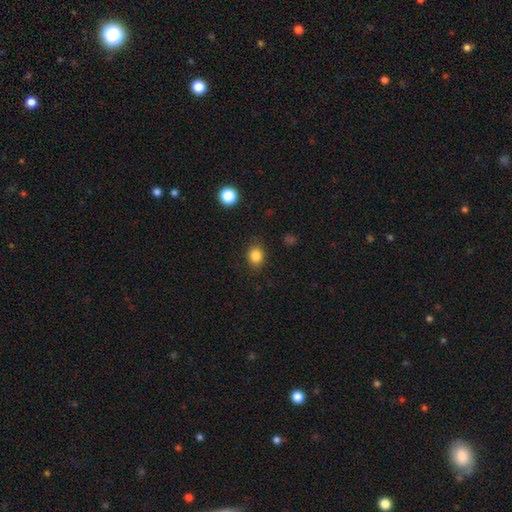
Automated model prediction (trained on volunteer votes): smooth-or-featured: smooth: 84% | star or artifact: 11% | featured or disk: 5%
  how-rounded: round: 61% | in between: 38% | cigar-shaped: 1%
  merging: none: 85% | minor disturbance: 11% | major disturbance: 3% | merger: 1%